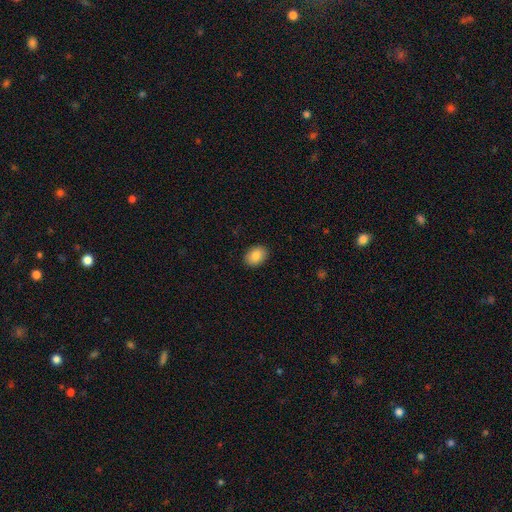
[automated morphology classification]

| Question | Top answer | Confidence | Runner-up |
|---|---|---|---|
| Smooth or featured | smooth | 86% | star or artifact (8%) |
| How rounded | in between | 74% | round (25%) |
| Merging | none | 91% | minor disturbance (7%) |